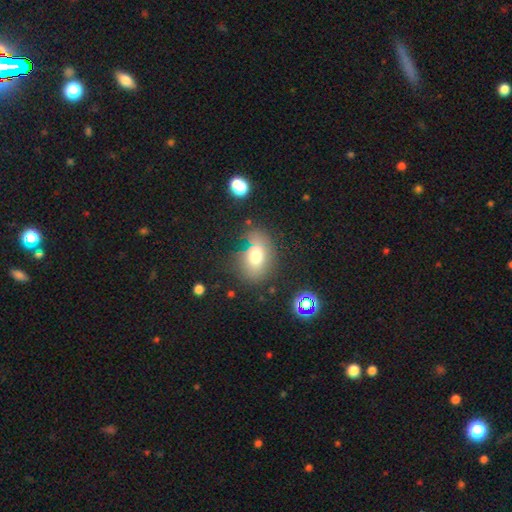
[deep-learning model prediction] Q: Smooth or featured?
A: smooth (72%); runner-up: featured or disk (15%)
Q: How rounded?
A: in between (72%); runner-up: round (26%)
Q: Merging?
A: none (64%); runner-up: minor disturbance (20%)